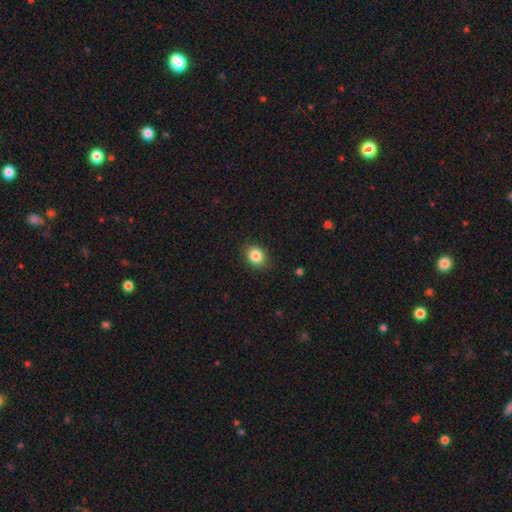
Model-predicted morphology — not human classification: A smooth galaxy with no disk features (85%) that is round (52%). Merging: none (85%).